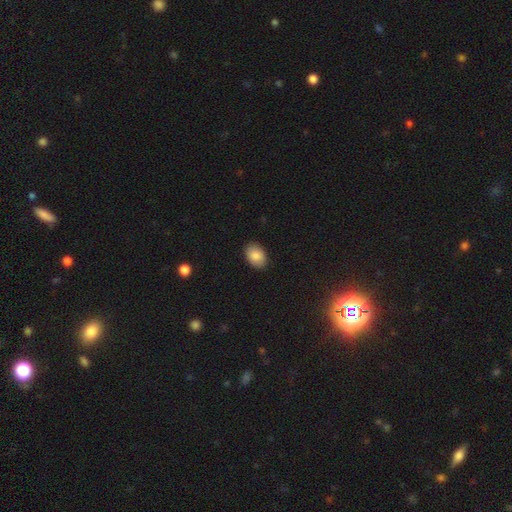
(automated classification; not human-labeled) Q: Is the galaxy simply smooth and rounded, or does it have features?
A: smooth — 88%.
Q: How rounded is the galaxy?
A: in between — 84%.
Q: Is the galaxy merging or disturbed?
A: none — 89%.